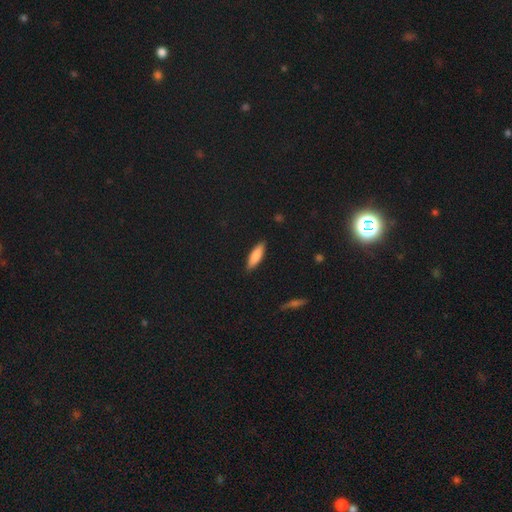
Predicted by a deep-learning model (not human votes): Smooth or featured: smooth — 82% (featured or disk — 11%)
How rounded: in between — 50% (cigar-shaped — 48%)
Merging: none — 88% (minor disturbance — 9%)